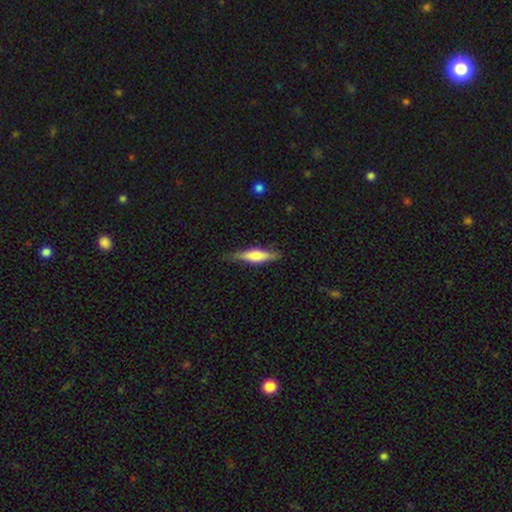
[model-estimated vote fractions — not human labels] The model was most divided on "smooth or featured": smooth: 51%, featured or disk: 43%, star or artifact: 6%. More confident: merging — none (79%); how rounded — cigar-shaped (73%).